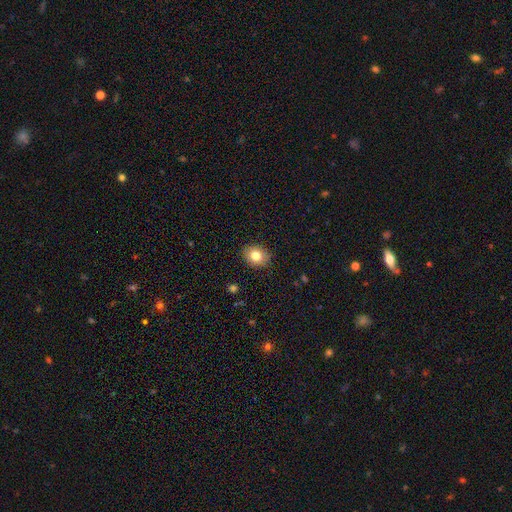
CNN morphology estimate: Smooth or featured? smooth (81%)
How rounded? round (51%)
Merging? none (89%)